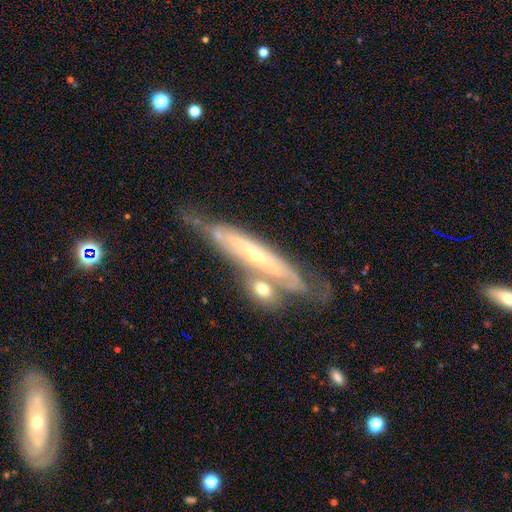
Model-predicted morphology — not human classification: Smooth or featured?
  - featured or disk: 74% *
  - smooth: 19%
  - star or artifact: 7%
Edge-on disk?
  - yes: 55% *
  - no: 45%
Merging?
  - none: 54% *
  - minor disturbance: 21%
  - merger: 17%
  - major disturbance: 8%